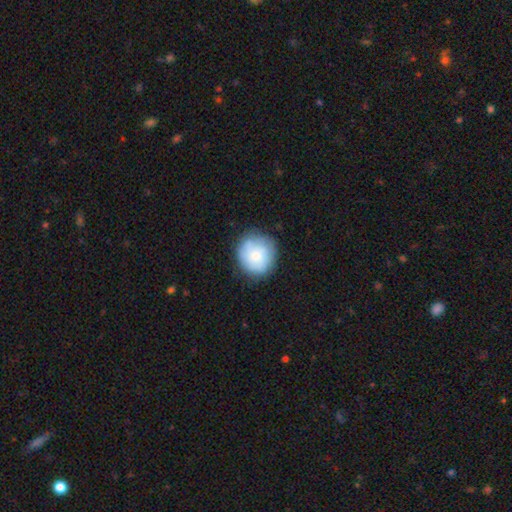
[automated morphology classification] Smooth or featured: smooth — 68% (featured or disk — 25%)
How rounded: round — 88% (in between — 11%)
Merging: none — 72% (minor disturbance — 20%)